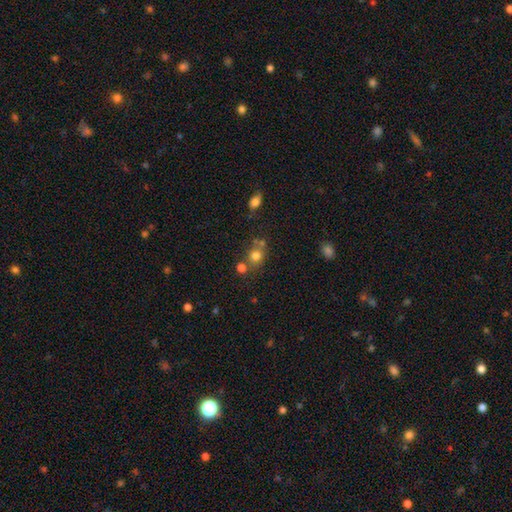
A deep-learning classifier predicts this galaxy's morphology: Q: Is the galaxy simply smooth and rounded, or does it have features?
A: smooth — 75%.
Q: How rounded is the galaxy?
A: round — 69%.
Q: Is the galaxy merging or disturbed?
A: none — 56%.